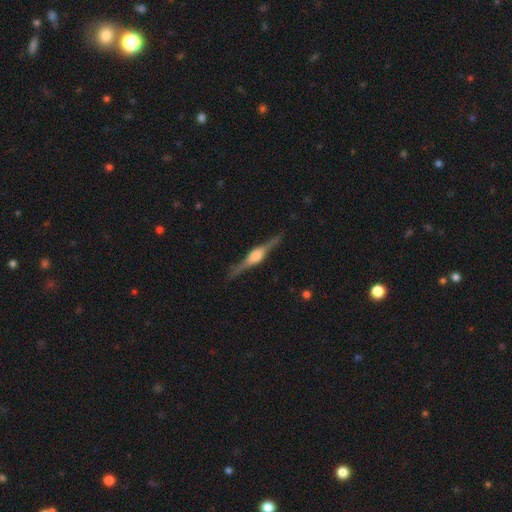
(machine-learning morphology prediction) Q: Smooth or featured?
A: featured or disk (84%); runner-up: smooth (10%)
Q: Edge-on disk?
A: yes (98%); runner-up: no (2%)
Q: Edge-on bulge?
A: rounded (82%); runner-up: boxy (16%)
Q: Merging?
A: none (89%); runner-up: minor disturbance (8%)